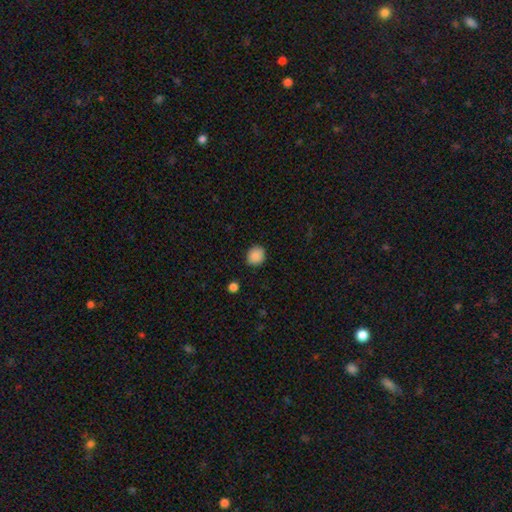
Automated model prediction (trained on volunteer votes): The model was most divided on "how rounded": round: 79%, in between: 20%, cigar-shaped: 1%. More confident: smooth or featured — smooth (88%); merging — none (88%).